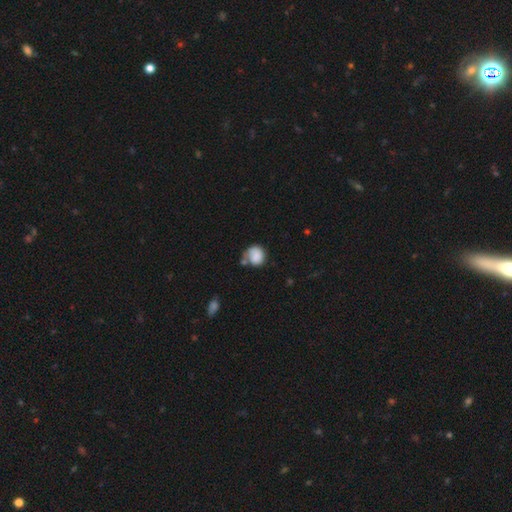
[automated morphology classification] A smooth galaxy with no disk features (79%) that is round (76%).

Vote fractions:
- Smooth or featured? smooth: 79% / featured or disk: 13% / star or artifact: 8%
- How rounded? round: 76% / in between: 23% / cigar-shaped: 1%
- Merging? none: 44% / minor disturbance: 25% / merger: 18% / major disturbance: 13%